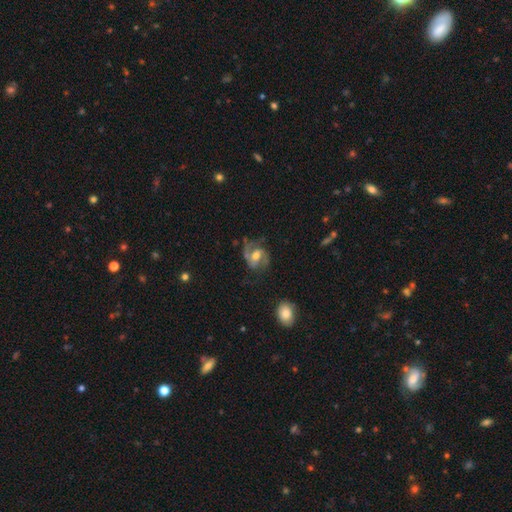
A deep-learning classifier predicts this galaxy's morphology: The model was most divided on "bar": weak: 48%, no: 31%, strong: 22%. More confident: edge-on disk — no (97%); spiral arms — yes (95%); spiral arm count — 2 (89%); smooth or featured — featured or disk (82%); bulge size — moderate (66%); merging — none (65%); spiral winding — medium (54%).